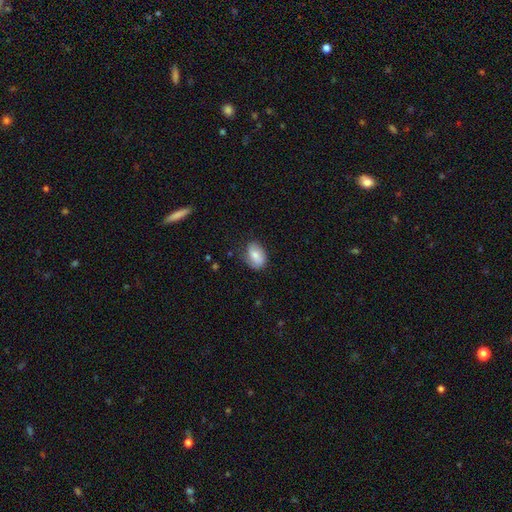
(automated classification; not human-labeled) Smooth or featured: smooth — 75% (featured or disk — 18%)
How rounded: in between — 85% (round — 14%)
Merging: none — 71% (minor disturbance — 23%)